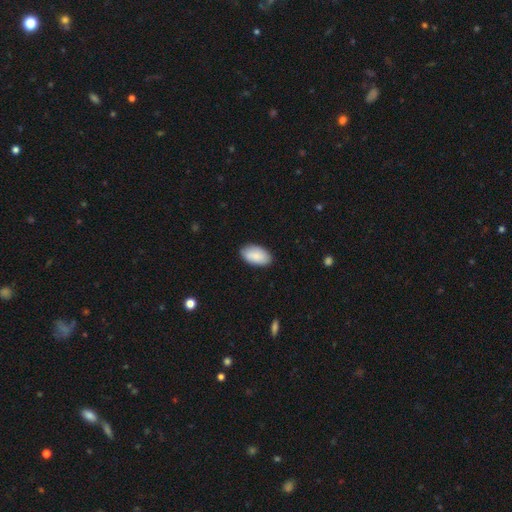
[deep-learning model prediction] smooth_or_featured: smooth (p=0.86) [alt: featured or disk p=0.08]
how_rounded: in between (p=0.95) [alt: round p=0.03]
merging: none (p=0.87) [alt: minor disturbance p=0.10]